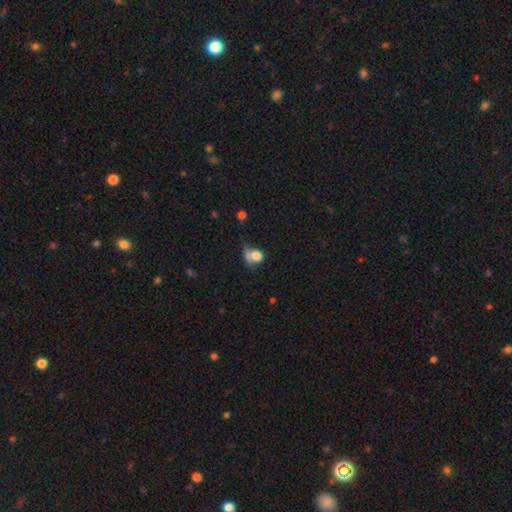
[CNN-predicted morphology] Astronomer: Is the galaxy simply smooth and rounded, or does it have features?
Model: smooth — 74%.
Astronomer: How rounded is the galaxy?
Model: round — 58% (runner-up: in between, 40%).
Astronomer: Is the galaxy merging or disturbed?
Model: none — 31% (runner-up: major disturbance, 25%).